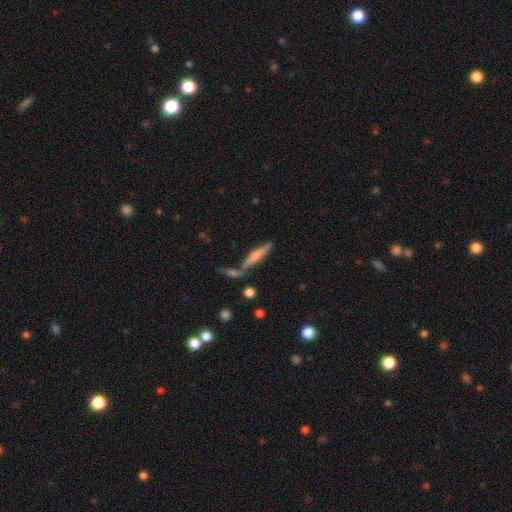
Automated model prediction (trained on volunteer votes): Morphology: type=smooth (54%); roundness=cigar-shaped (86%); merging=none (57%).